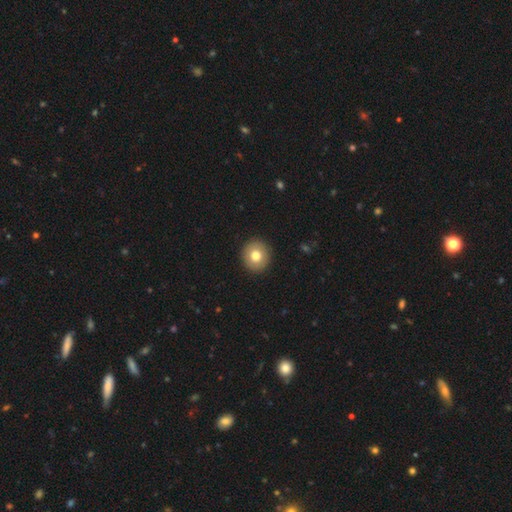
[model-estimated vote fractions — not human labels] Smooth or featured? smooth (77%)
How rounded? round (91%)
Merging? none (93%)